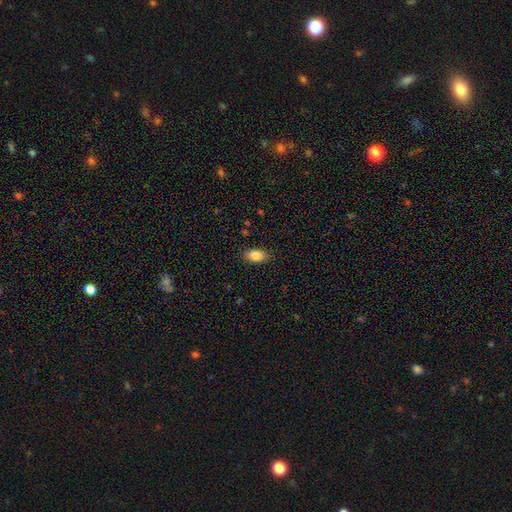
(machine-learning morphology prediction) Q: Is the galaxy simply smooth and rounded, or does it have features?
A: smooth — 85%.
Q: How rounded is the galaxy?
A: in between — 89%.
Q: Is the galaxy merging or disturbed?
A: none — 87%.